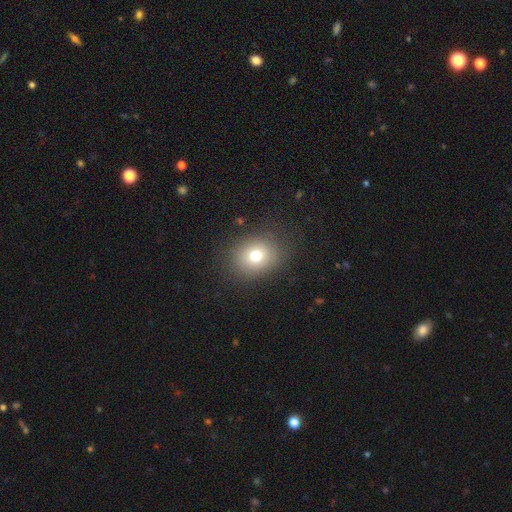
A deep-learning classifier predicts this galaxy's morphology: A smooth galaxy with no disk features (73%) that is round (60%). Merging: none (84%).